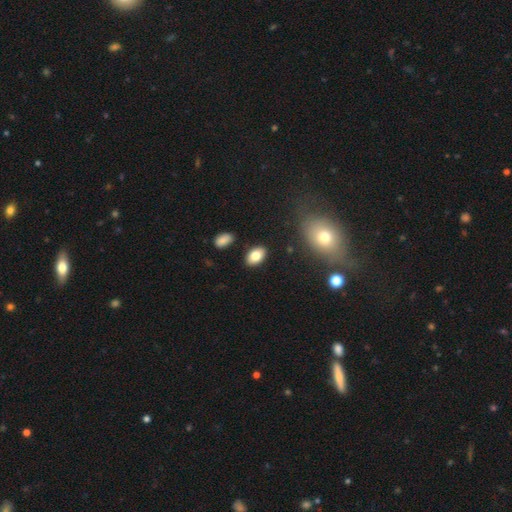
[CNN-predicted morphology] Smooth or featured? Predicted: smooth (p=0.81). How rounded? Predicted: in between (p=0.90). Merging? Predicted: none (p=0.86).